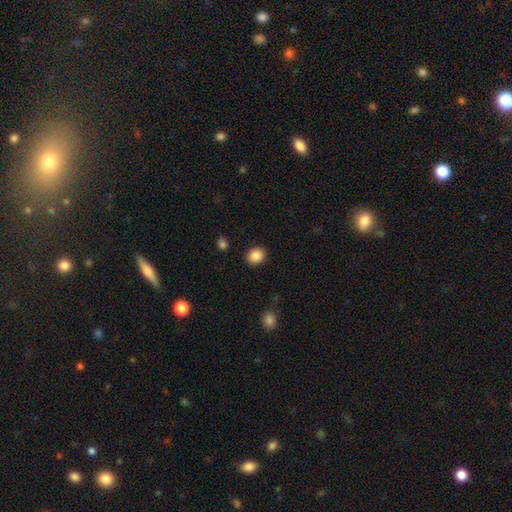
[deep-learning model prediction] smooth 86%, star or artifact 9%, featured or disk 4%. Down the decision tree: how rounded — round (70%); merging — none (90%).